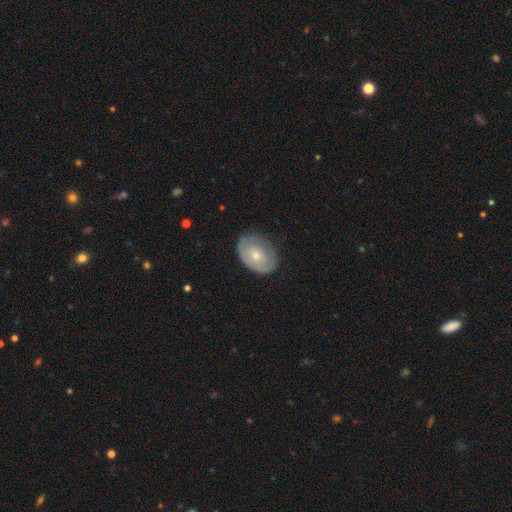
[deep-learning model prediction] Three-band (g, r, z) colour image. It shows a smooth galaxy with no disk features (53%) that is in between round and cigar-shaped (77%). Merging: none (73%).